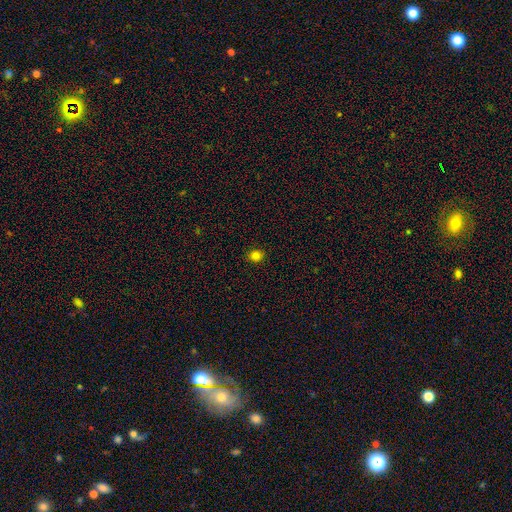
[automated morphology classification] Smooth or featured: smooth — 82% (star or artifact — 14%)
How rounded: round — 80% (in between — 19%)
Merging: none — 91% (minor disturbance — 6%)